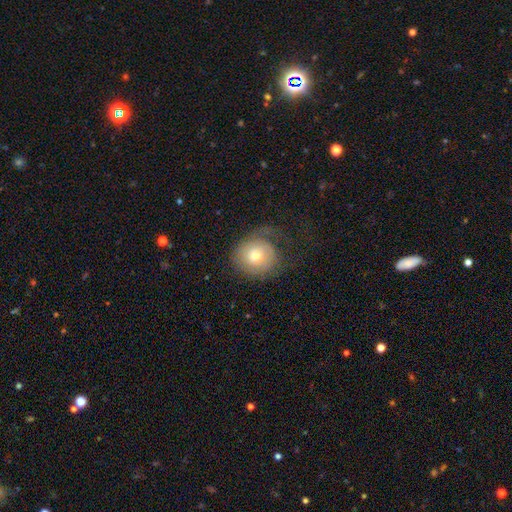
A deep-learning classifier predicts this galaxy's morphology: The model was most divided on "merging": none: 47%, major disturbance: 29%, minor disturbance: 23%, merger: 2%. More confident: how rounded — round (82%); smooth or featured — smooth (62%).